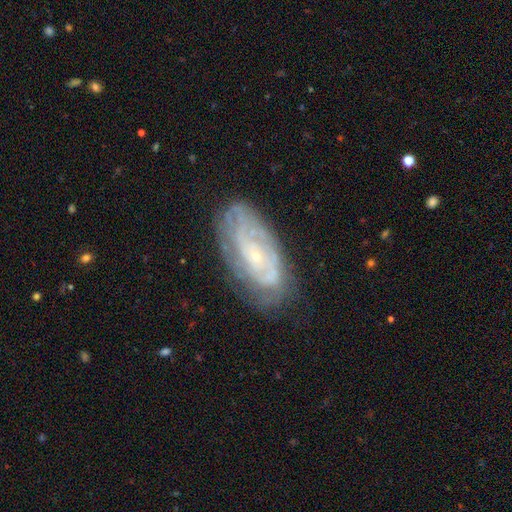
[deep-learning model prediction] Smooth or featured?
  - featured or disk: 78% *
  - smooth: 15%
  - star or artifact: 7%
Edge-on disk?
  - no: 93% *
  - yes: 7%
Bar?
  - no: 77% *
  - weak: 19%
  - strong: 5%
Spiral arms?
  - yes: 85% *
  - no: 15%
Spiral winding?
  - tight: 70% *
  - medium: 23%
  - loose: 7%
Spiral arm count?
  - can't tell: 52% *
  - 2: 18%
  - 3: 11%
  - 4: 9%
  - more than 4: 5%
  - 1: 5%
Bulge size?
  - small: 82% *
  - moderate: 14%
  - none: 2%
  - large: 1%
  - dominant: 1%
Merging?
  - none: 70% *
  - minor disturbance: 21%
  - major disturbance: 8%
  - merger: 2%